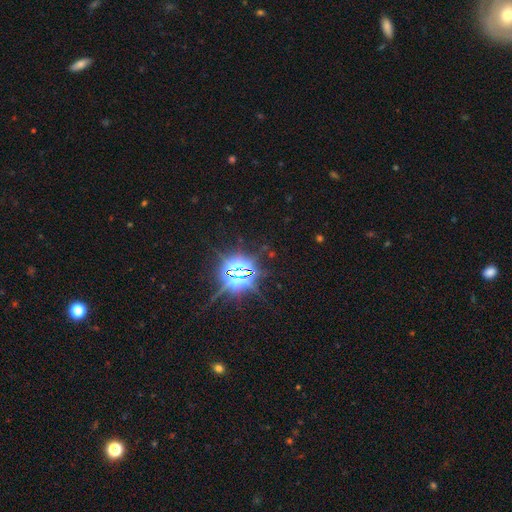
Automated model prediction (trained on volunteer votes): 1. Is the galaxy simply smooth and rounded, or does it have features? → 86% star or artifact, 8% smooth, 6% featured or disk.